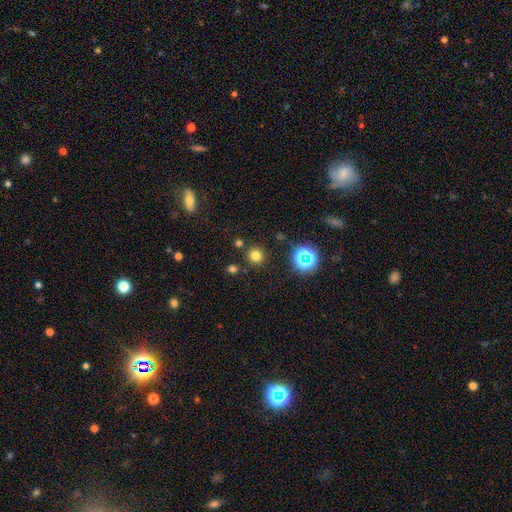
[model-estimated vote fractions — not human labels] This appears to be a smooth galaxy with no disk features (74%) that is round (93%). Merging: none (86%).